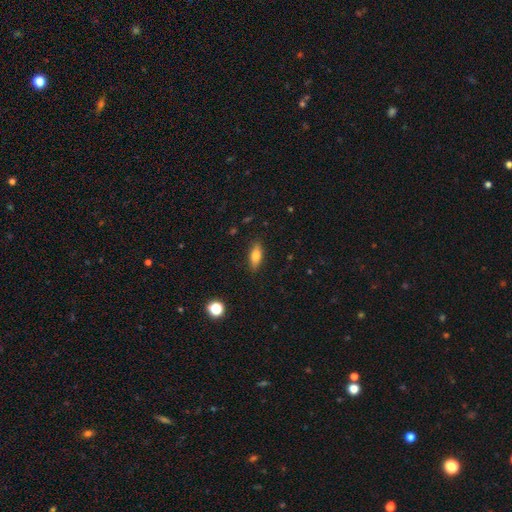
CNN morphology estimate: smooth 74%, featured or disk 18%, star or artifact 8%. Down the decision tree: how rounded — in between (72%); merging — none (86%).